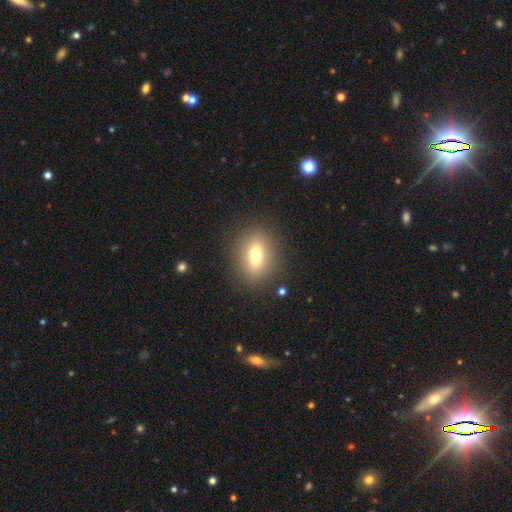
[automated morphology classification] smooth 73%, featured or disk 15%, star or artifact 12%. Down the decision tree: how rounded — in between (64%); merging — none (87%).